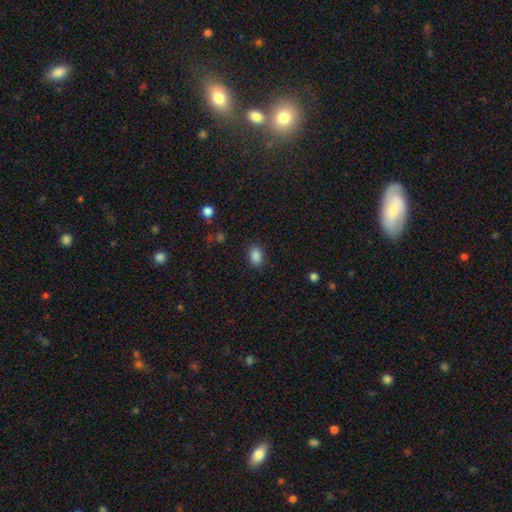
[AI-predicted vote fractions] Smooth or featured? smooth (87%)
How rounded? in between (79%)
Merging? none (86%)